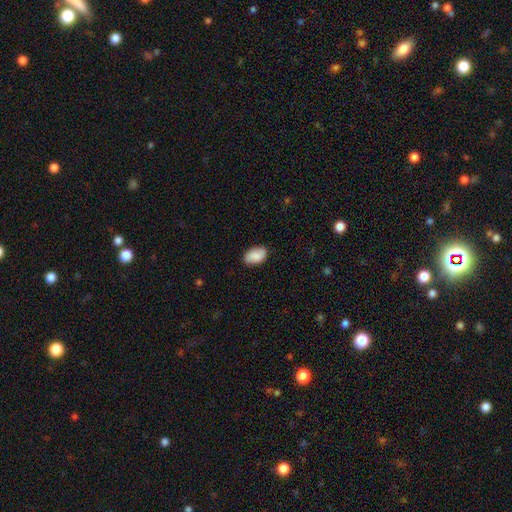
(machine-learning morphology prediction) A smooth galaxy with no disk features (79%) that is in between round and cigar-shaped (91%). Merging: none (80%).